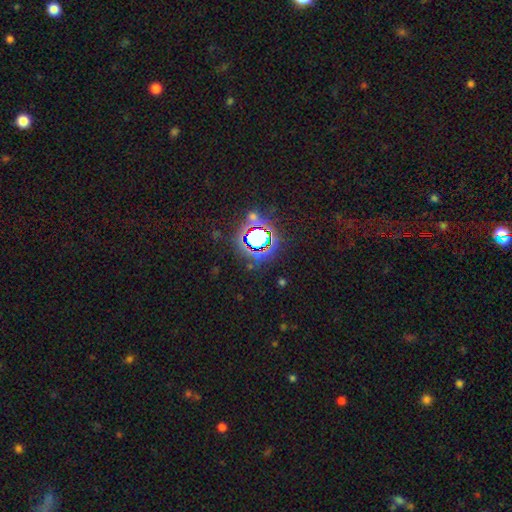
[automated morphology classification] This appears to be a star or artifact, not a galaxy (81%).